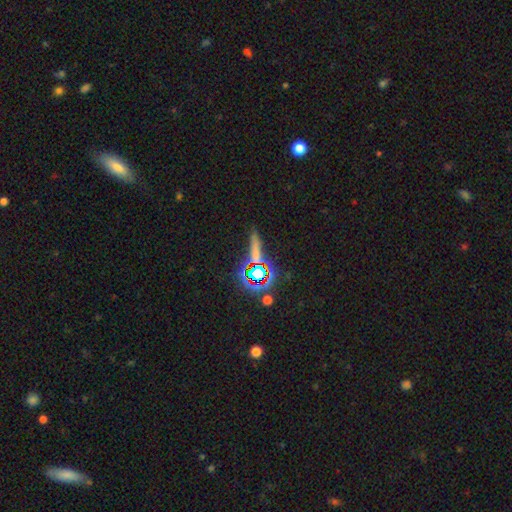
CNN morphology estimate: smooth-or-featured: star or artifact: 45% | smooth: 37% | featured or disk: 17%